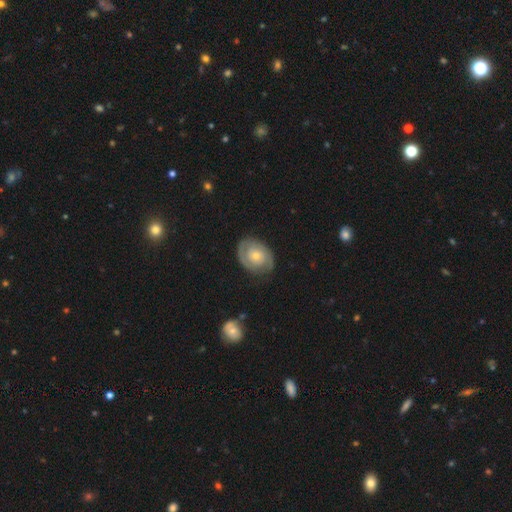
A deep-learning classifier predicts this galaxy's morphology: A featured or disk galaxy (71%) with no bar (79%), 2 (68%) tight (59%) spiral arms (82%) and a small central bulge (58%). Merging: none (76%).